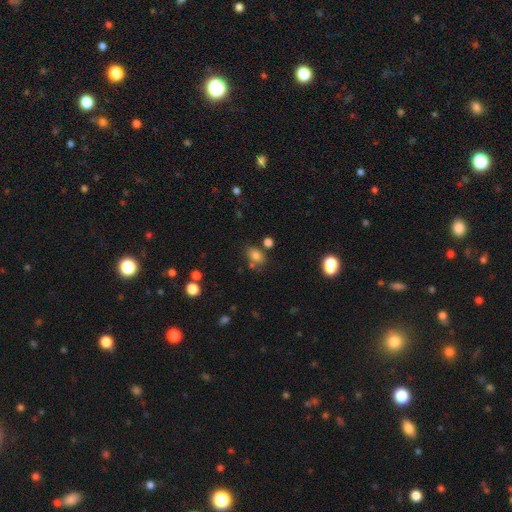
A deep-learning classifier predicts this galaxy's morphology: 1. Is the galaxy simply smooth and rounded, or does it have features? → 79% smooth, 13% star or artifact, 8% featured or disk.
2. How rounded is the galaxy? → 79% in between, 20% round, 2% cigar-shaped.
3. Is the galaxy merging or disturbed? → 70% none, 14% minor disturbance, 11% merger, 5% major disturbance.